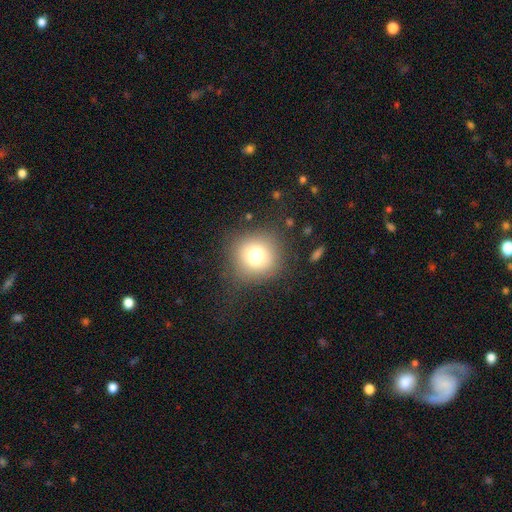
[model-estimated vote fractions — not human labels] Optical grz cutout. It shows a smooth galaxy with no disk features (73%) that is round (90%). Merging: none (82%).